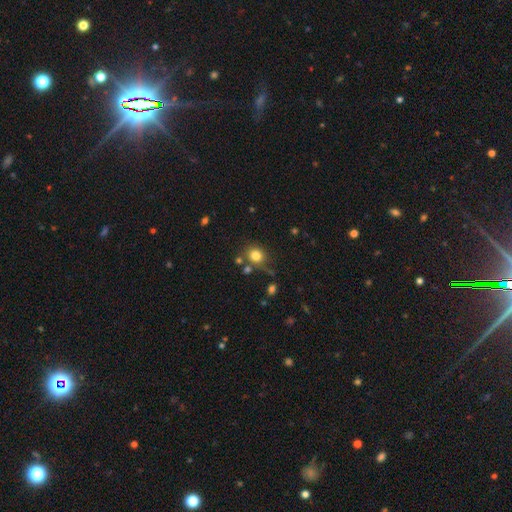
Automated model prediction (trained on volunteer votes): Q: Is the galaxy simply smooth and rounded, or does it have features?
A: smooth — 81%.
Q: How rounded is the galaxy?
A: round — 78%.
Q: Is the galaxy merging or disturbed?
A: none — 68%.